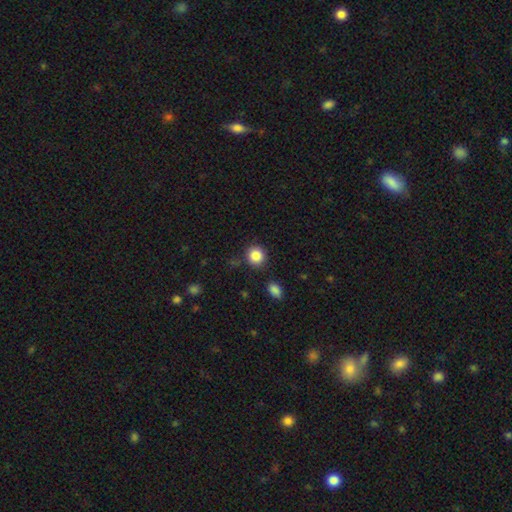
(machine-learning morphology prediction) Smooth or featured? smooth (86%)
How rounded? round (86%)
Merging? none (85%)